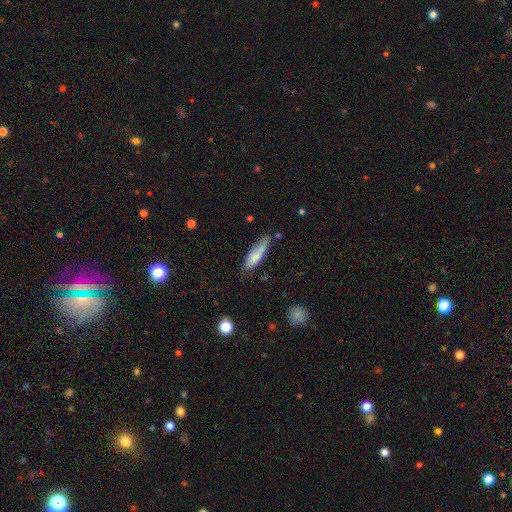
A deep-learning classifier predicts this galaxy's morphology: smooth 79%, featured or disk 15%, star or artifact 6%. Down the decision tree: how rounded — cigar-shaped (66%); merging — none (55%).